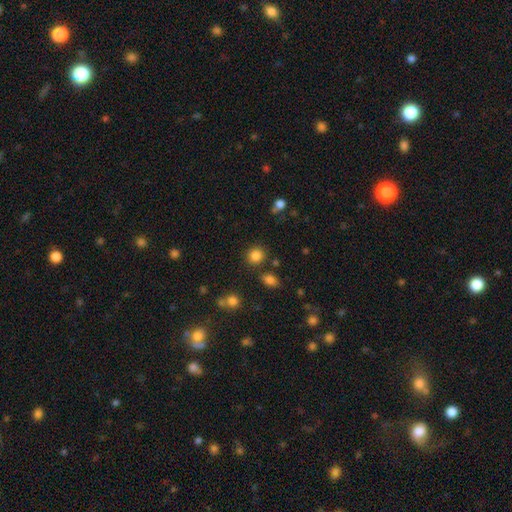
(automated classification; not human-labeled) Overall: smooth (84%). How rounded: round (85%). Merging: none (84%).